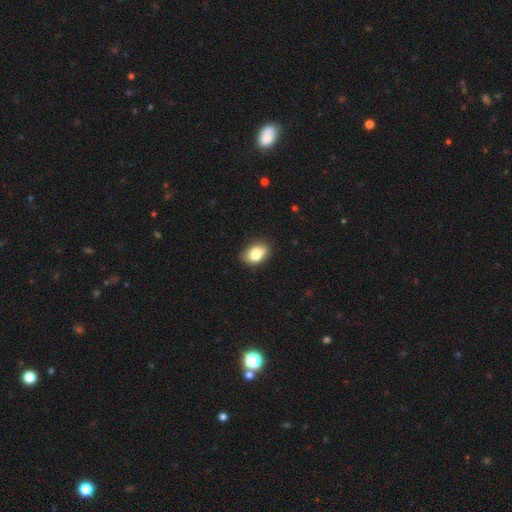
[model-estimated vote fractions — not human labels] smooth 82%, featured or disk 10%, star or artifact 8%. Down the decision tree: how rounded — in between (86%); merging — none (71%).